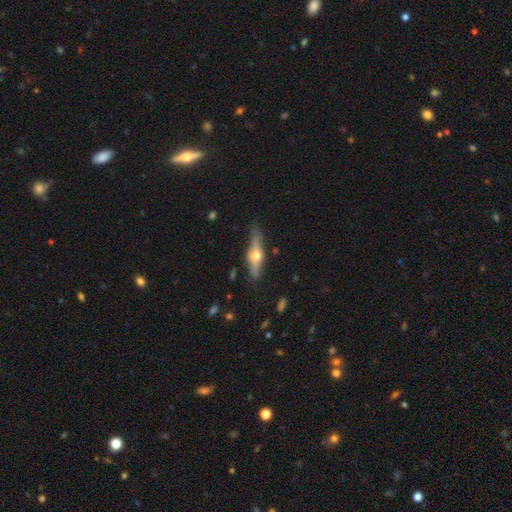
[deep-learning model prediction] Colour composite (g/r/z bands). It shows a featured or disk galaxy (61%) viewed edge-on (91%) with a rounded central bulge (94%). Merging: none (75%).